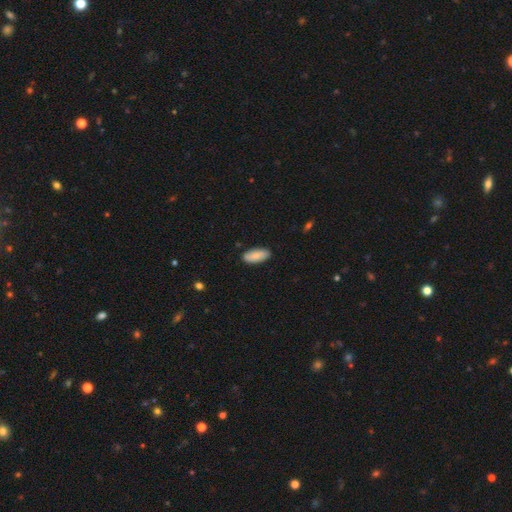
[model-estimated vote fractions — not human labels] smooth-or-featured: smooth: 83% | featured or disk: 11% | star or artifact: 6%
  how-rounded: in between: 87% | cigar-shaped: 11% | round: 2%
  merging: none: 87% | minor disturbance: 10% | major disturbance: 2% | merger: 1%